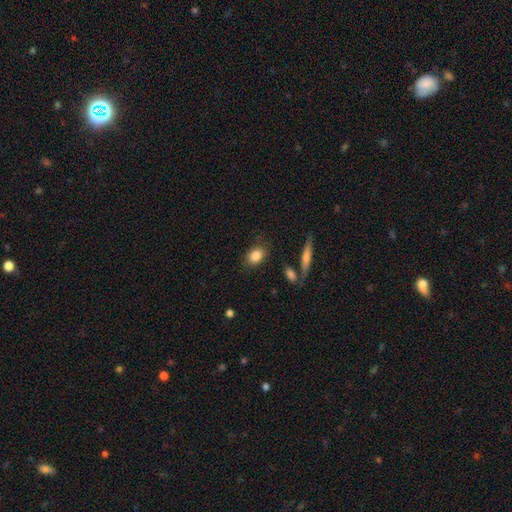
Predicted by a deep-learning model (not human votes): Morphology: type=smooth (85%); roundness=in between (64%); merging=none (81%).